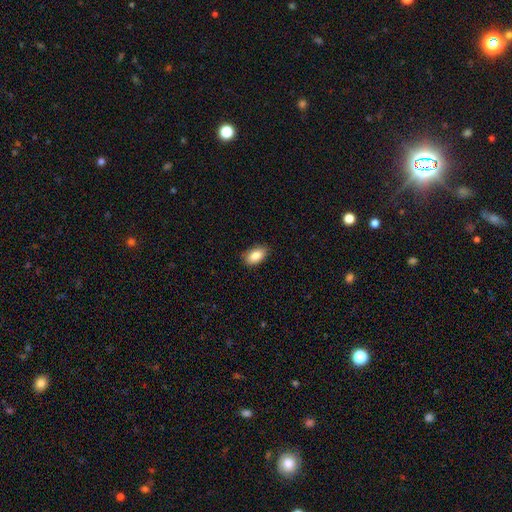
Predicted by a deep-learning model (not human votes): A smooth galaxy with no disk features (87%) that is in between round and cigar-shaped (92%).

Vote fractions:
- Smooth or featured? smooth: 87% / star or artifact: 7% / featured or disk: 6%
- How rounded? in between: 92% / round: 5% / cigar-shaped: 3%
- Merging? none: 87% / minor disturbance: 10% / major disturbance: 2% / merger: 1%